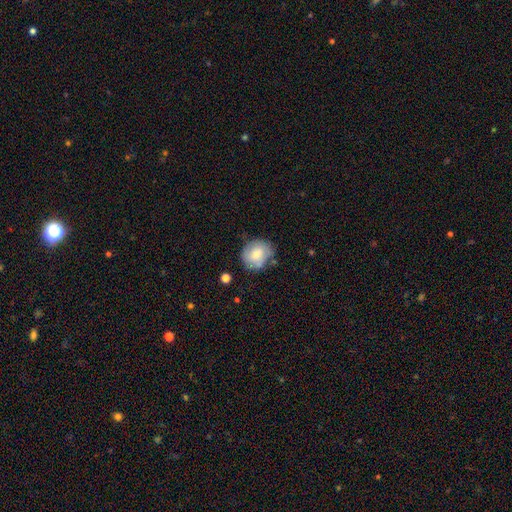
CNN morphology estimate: A smooth galaxy with no disk features (64%) that is round (66%). Merging: none (66%).